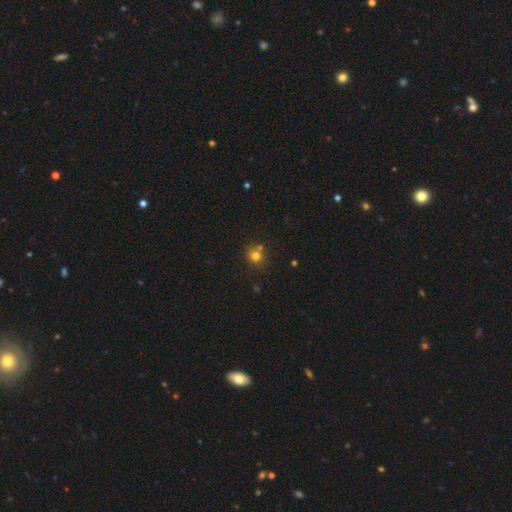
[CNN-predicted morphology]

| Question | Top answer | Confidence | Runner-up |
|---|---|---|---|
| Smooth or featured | smooth | 76% | star or artifact (15%) |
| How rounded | round | 86% | in between (13%) |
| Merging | none | 68% | merger (18%) |